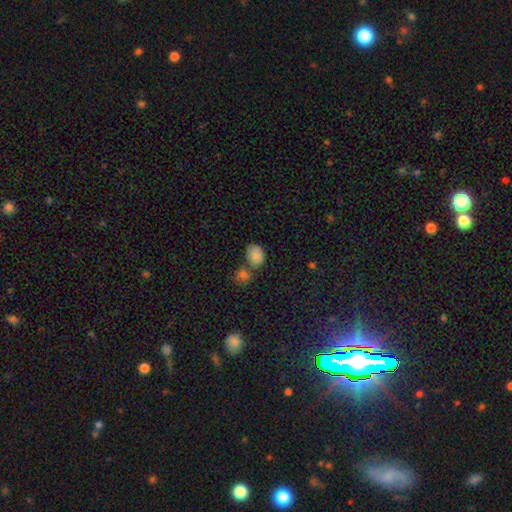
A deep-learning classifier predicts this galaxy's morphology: Smooth or featured: smooth — 84% (star or artifact — 10%)
How rounded: in between — 60% (round — 38%)
Merging: none — 44% (merger — 37%)